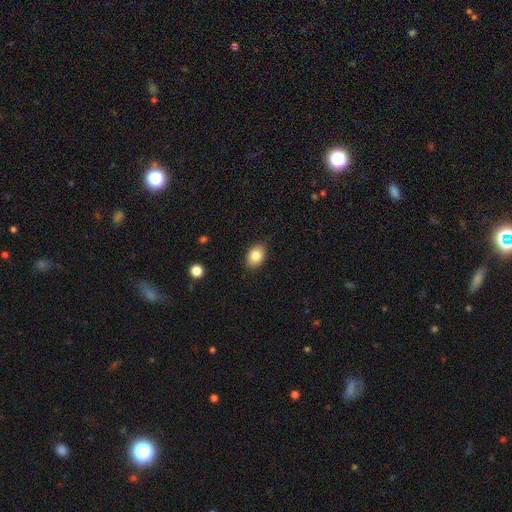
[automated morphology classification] This is clearly a smooth galaxy (84%). How rounded: likely in between (76%). Merging: clearly none (86%).